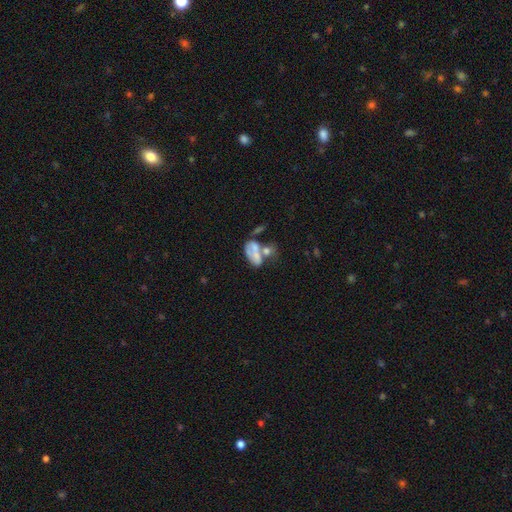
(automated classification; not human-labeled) Smooth or featured?
  - smooth: 53% *
  - featured or disk: 36%
  - star or artifact: 10%
How rounded?
  - in between: 88% *
  - round: 8%
  - cigar-shaped: 3%
Merging?
  - merger: 51% *
  - none: 20%
  - major disturbance: 15%
  - minor disturbance: 14%